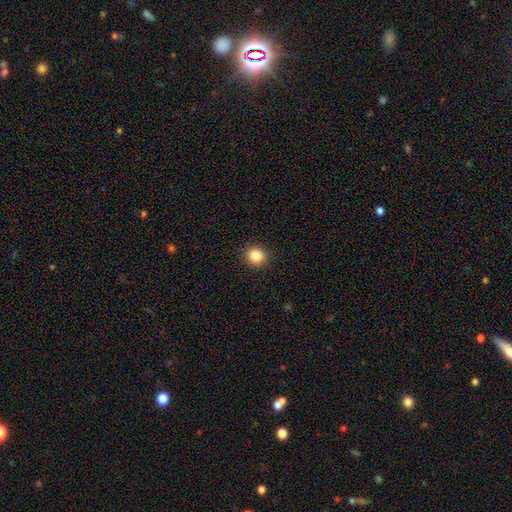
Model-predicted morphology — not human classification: Smooth or featured: smooth — 86% (star or artifact — 10%)
How rounded: round — 89% (in between — 10%)
Merging: none — 91% (minor disturbance — 6%)